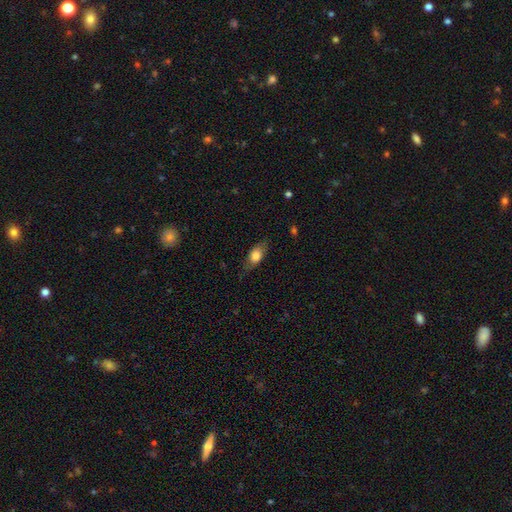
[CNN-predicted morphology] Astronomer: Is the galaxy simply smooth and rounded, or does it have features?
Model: smooth — 73%.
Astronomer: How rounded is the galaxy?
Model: in between — 81%.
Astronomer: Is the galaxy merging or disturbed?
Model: none — 72%.